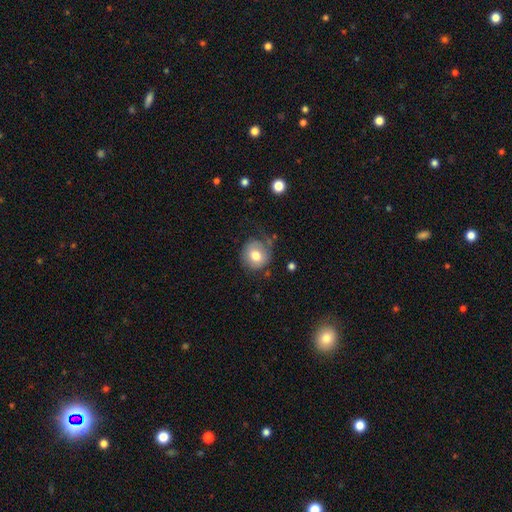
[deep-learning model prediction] A smooth galaxy with no disk features (74%) that is round (88%). Merging: none (66%).